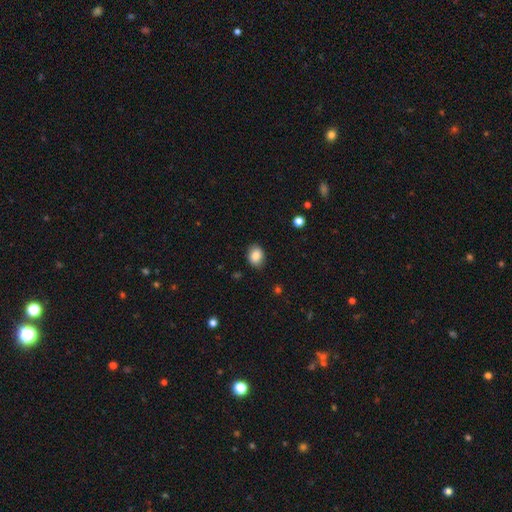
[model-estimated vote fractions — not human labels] smooth-or-featured: smooth: 87% | star or artifact: 8% | featured or disk: 5%
  how-rounded: in between: 59% | round: 40% | cigar-shaped: 1%
  merging: none: 85% | minor disturbance: 11% | major disturbance: 3% | merger: 1%